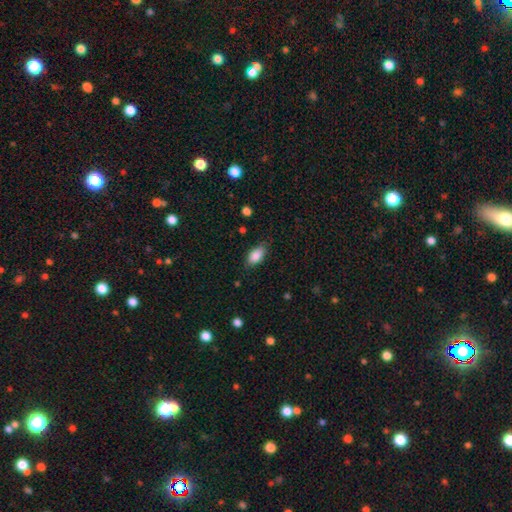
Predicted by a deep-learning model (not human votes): smooth_or_featured: smooth (p=0.86) [alt: star or artifact p=0.07]
how_rounded: in between (p=0.91) [alt: cigar-shaped p=0.05]
merging: none (p=0.78) [alt: minor disturbance p=0.17]